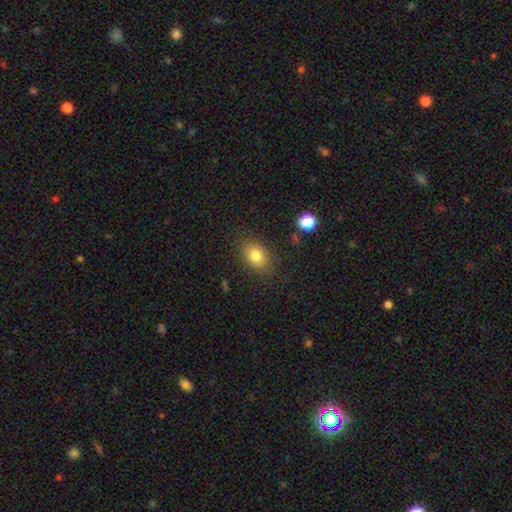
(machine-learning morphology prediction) smooth_or_featured: smooth (p=0.80) [alt: star or artifact p=0.11]
how_rounded: in between (p=0.68) [alt: round p=0.31]
merging: none (p=0.83) [alt: minor disturbance p=0.12]